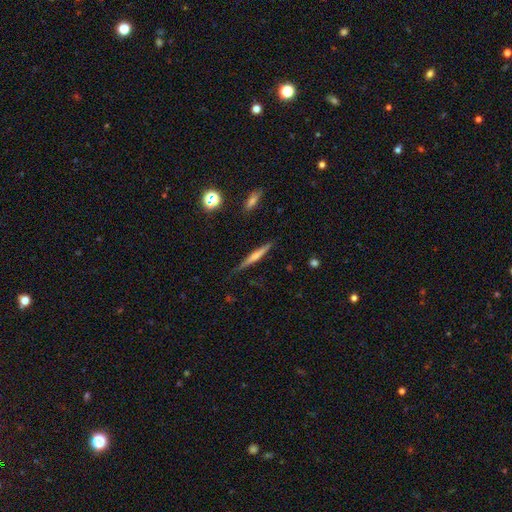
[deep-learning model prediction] Smooth or featured: featured or disk — 54% (smooth — 38%)
Edge-on disk: yes — 96% (no — 4%)
Edge-on bulge: rounded — 59% (none — 30%)
Merging: none — 81% (minor disturbance — 14%)